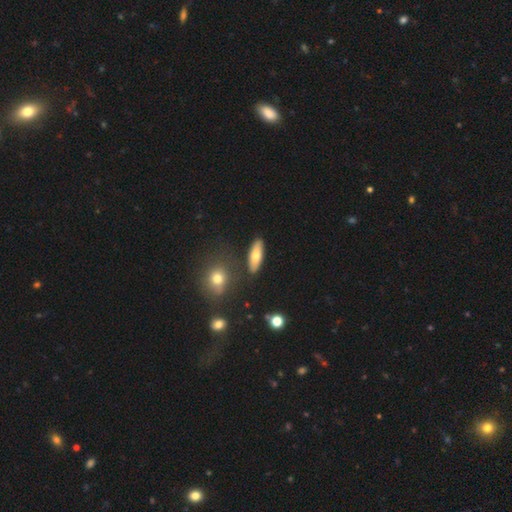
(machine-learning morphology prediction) A smooth galaxy with no disk features (71%) that is in between round and cigar-shaped (61%).

Vote fractions:
- Smooth or featured? smooth: 71% / featured or disk: 22% / star or artifact: 7%
- How rounded? in between: 61% / cigar-shaped: 36% / round: 3%
- Merging? none: 83% / minor disturbance: 10% / merger: 4% / major disturbance: 3%